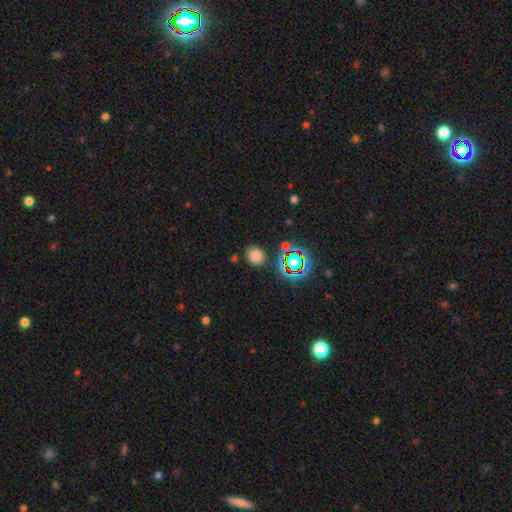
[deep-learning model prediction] Overall: smooth (73%). How rounded: round (73%). Merging: none (82%).